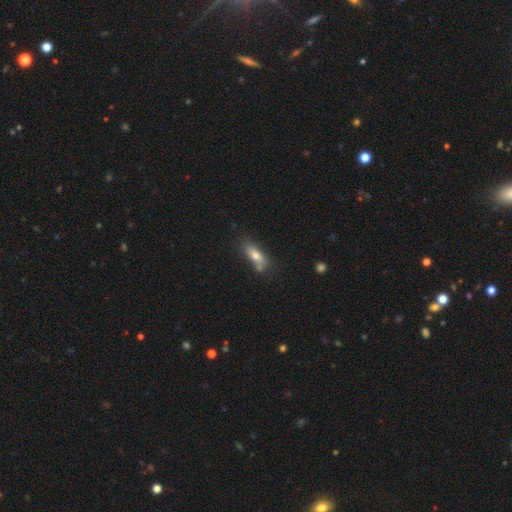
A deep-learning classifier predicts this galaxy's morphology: This is likely a smooth galaxy (70%). How rounded: likely in between (65%). Merging: possibly none (56%).